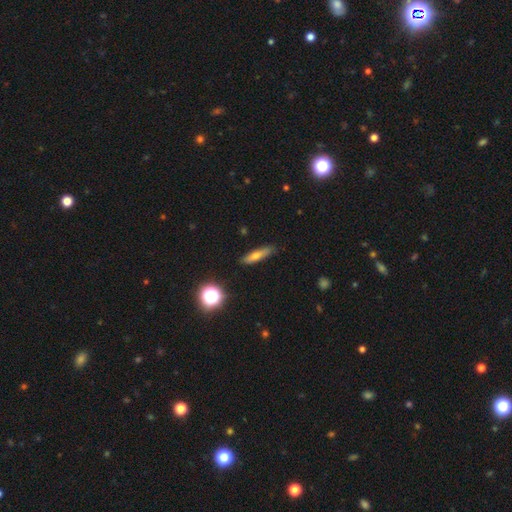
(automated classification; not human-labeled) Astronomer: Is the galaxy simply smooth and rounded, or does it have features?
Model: smooth — 60%.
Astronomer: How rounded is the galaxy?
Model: cigar-shaped — 75%.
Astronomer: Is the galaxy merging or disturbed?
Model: none — 85%.